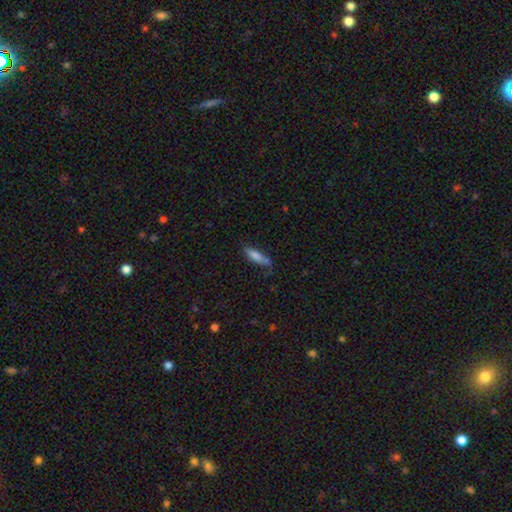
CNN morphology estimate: A smooth galaxy with no disk features (73%) that is cigar-shaped (63%).

Vote fractions:
- Smooth or featured? smooth: 73% / featured or disk: 18% / star or artifact: 9%
- How rounded? cigar-shaped: 63% / in between: 35% / round: 2%
- Merging? none: 59% / minor disturbance: 26% / major disturbance: 9% / merger: 6%